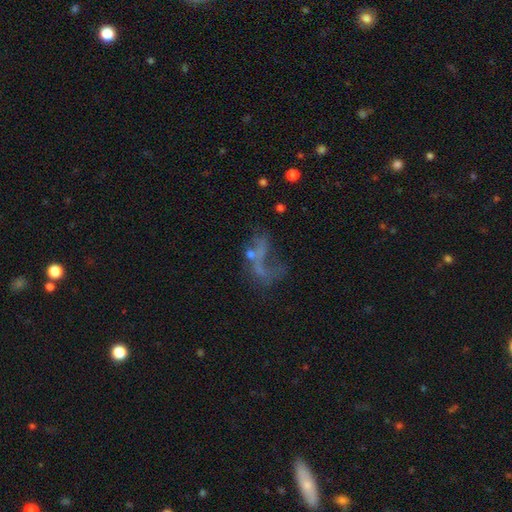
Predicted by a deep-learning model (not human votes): Smooth or featured? featured or disk (54%)
Edge-on disk? no (96%)
Bar? no (81%)
Spiral arms? no (70%)
Bulge size? none (59%)
Merging? major disturbance (40%)